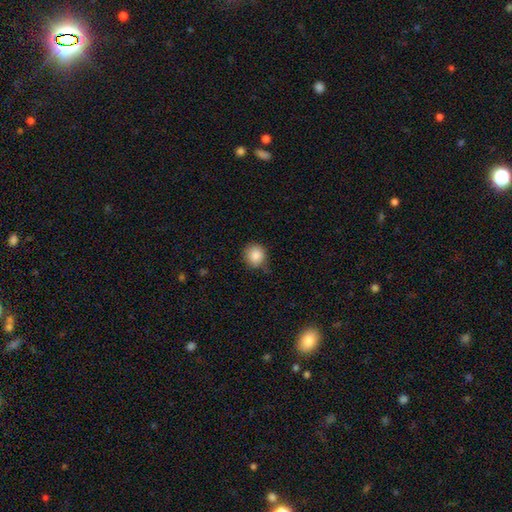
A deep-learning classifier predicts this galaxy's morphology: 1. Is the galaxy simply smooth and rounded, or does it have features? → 87% smooth, 9% star or artifact, 4% featured or disk.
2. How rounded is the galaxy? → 89% round, 10% in between, 1% cigar-shaped.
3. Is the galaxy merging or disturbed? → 78% none, 18% minor disturbance, 3% major disturbance, 1% merger.